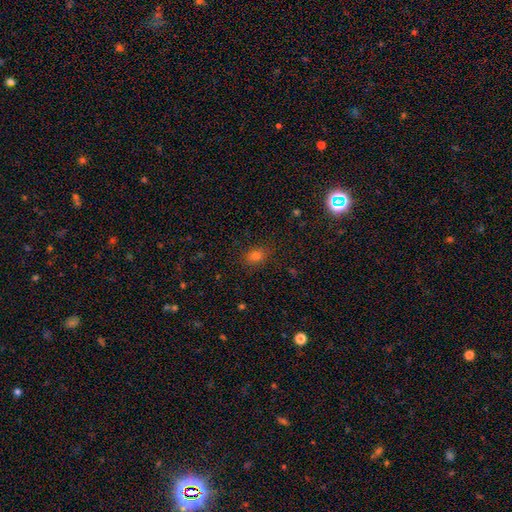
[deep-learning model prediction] A smooth galaxy with no disk features (76%) that is in between round and cigar-shaped (53%). Merging: none (85%).